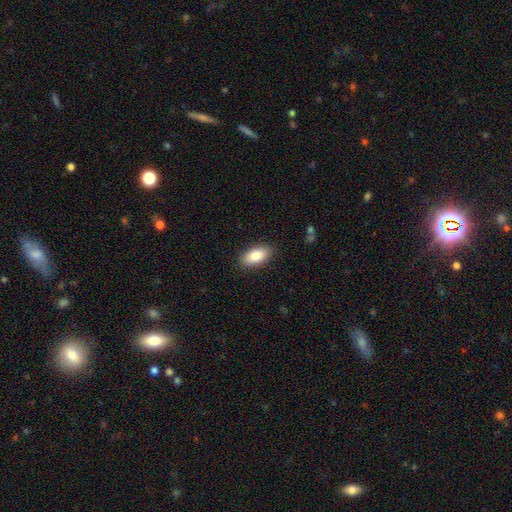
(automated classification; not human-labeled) The model was most divided on "smooth or featured": smooth: 85%, featured or disk: 9%, star or artifact: 6%. More confident: how rounded — in between (92%); merging — none (88%).